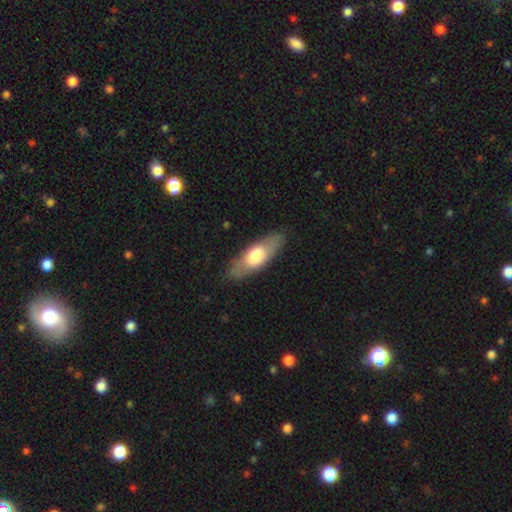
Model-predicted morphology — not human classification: Overall: smooth (61%; featured or disk 33%). How rounded: in between (69%). Merging: none (81%).